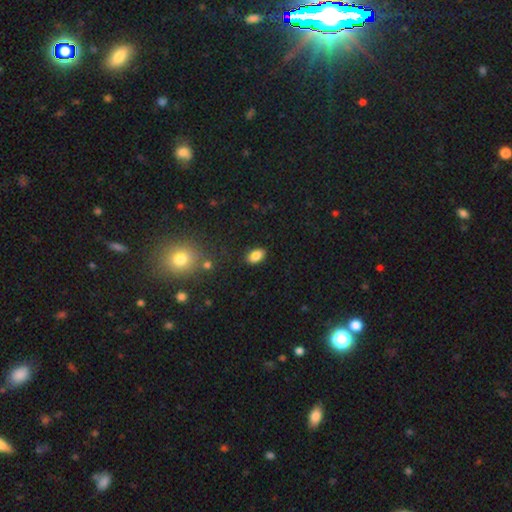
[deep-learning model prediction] This appears to be a smooth galaxy with no disk features (85%) that is in between round and cigar-shaped (89%). Merging: none (87%).